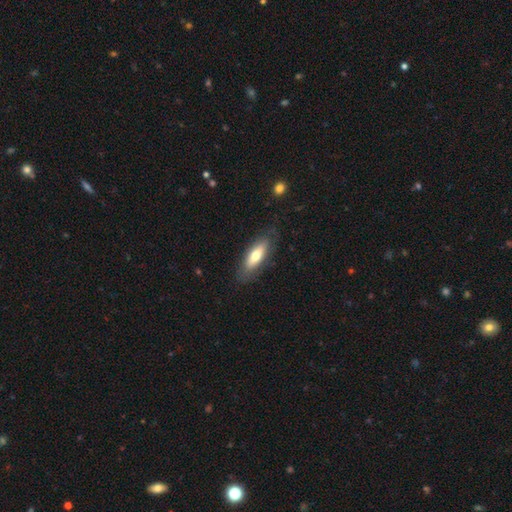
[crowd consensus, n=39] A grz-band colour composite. It shows a smooth galaxy with no disk features (64%) that is in between round and cigar-shaped (52%). Merging: none (81%).